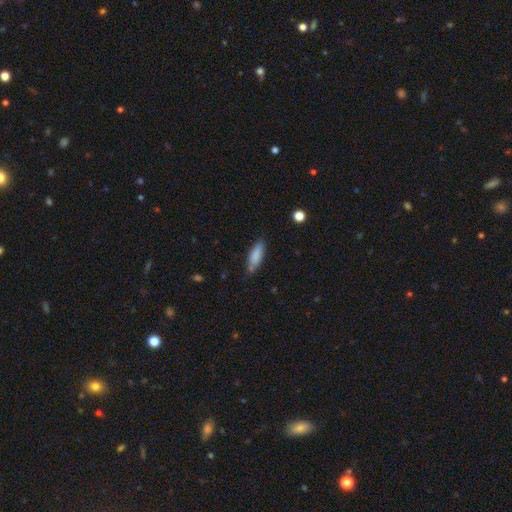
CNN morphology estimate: Smooth or featured? Predicted: smooth (p=0.84). How rounded? Predicted: in between (p=0.56). Merging? Predicted: none (p=0.75).